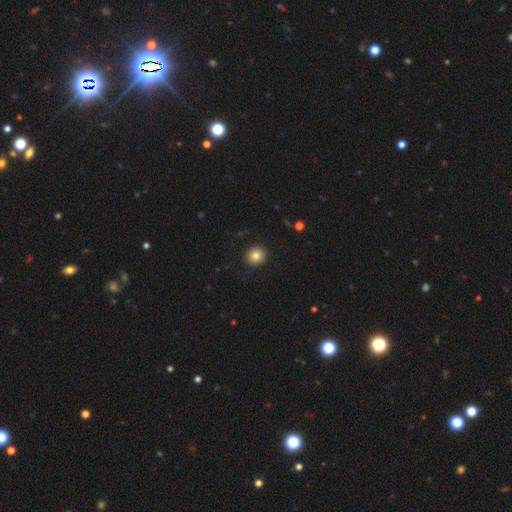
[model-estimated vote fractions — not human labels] This is clearly a smooth galaxy (84%). How rounded: clearly round (90%). Merging: clearly none (92%).